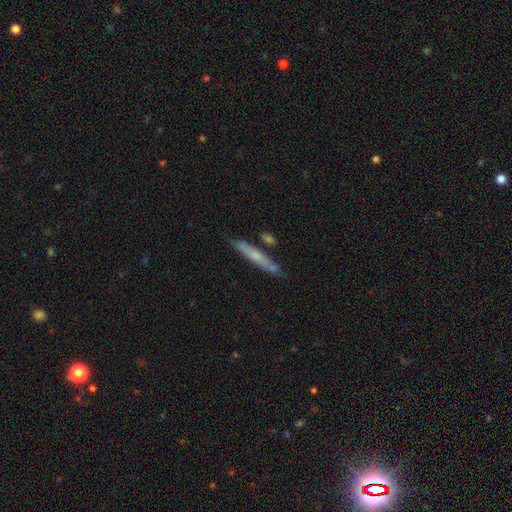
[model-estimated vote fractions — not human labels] smooth-or-featured: smooth: 54% | featured or disk: 39% | star or artifact: 7%
  how-rounded: cigar-shaped: 94% | in between: 5% | round: 2%
  merging: none: 80% | minor disturbance: 13% | merger: 5% | major disturbance: 2%